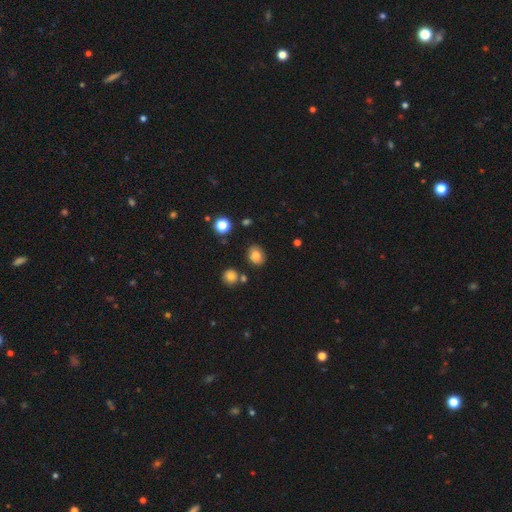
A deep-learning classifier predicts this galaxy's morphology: smooth_or_featured: smooth (p=0.80) [alt: star or artifact p=0.12]
how_rounded: round (p=0.53) [alt: in between p=0.46]
merging: none (p=0.84) [alt: minor disturbance p=0.09]